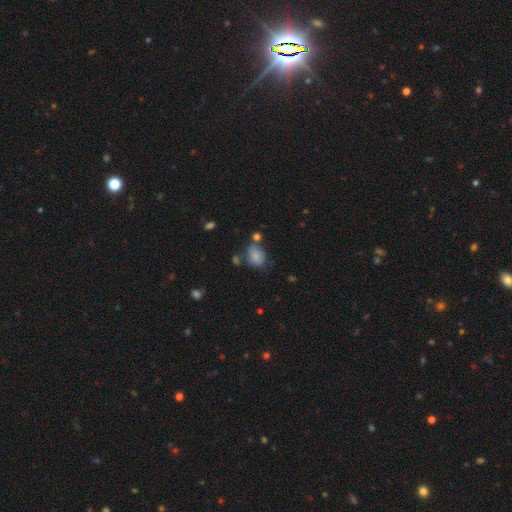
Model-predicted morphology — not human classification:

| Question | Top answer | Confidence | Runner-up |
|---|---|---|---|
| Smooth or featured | smooth | 79% | featured or disk (11%) |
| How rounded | in between | 59% | round (40%) |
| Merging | none | 50% | minor disturbance (24%) |